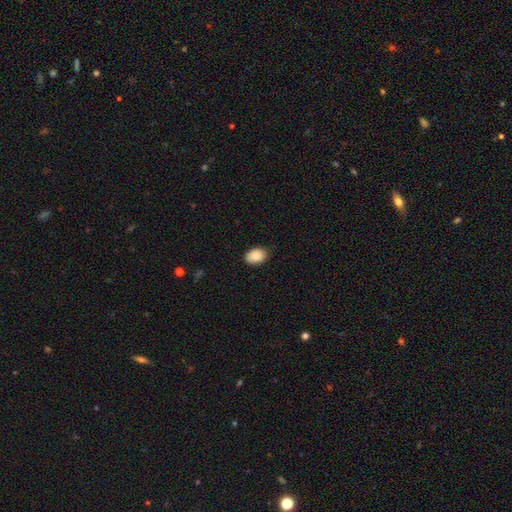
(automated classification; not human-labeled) smooth 88%, star or artifact 7%, featured or disk 5%. Down the decision tree: how rounded — in between (83%); merging — none (83%).